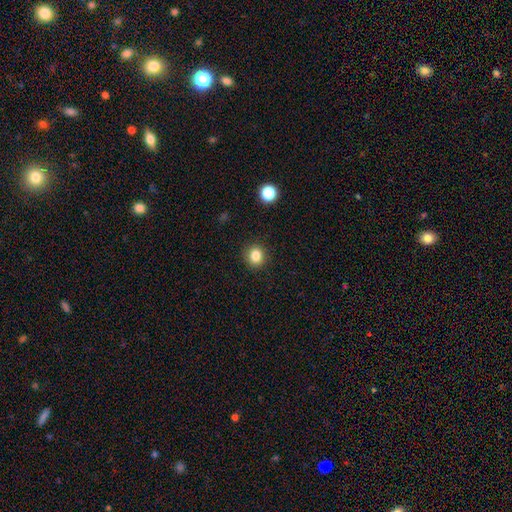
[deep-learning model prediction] The model was most divided on "how rounded": round: 79%, in between: 20%, cigar-shaped: 1%. More confident: merging — none (90%); smooth or featured — smooth (83%).